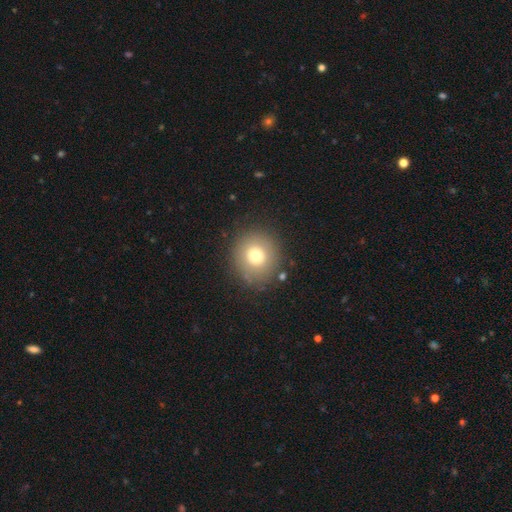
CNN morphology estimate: Smooth or featured? Predicted: smooth (p=0.71). How rounded? Predicted: round (p=0.91). Merging? Predicted: none (p=0.85).